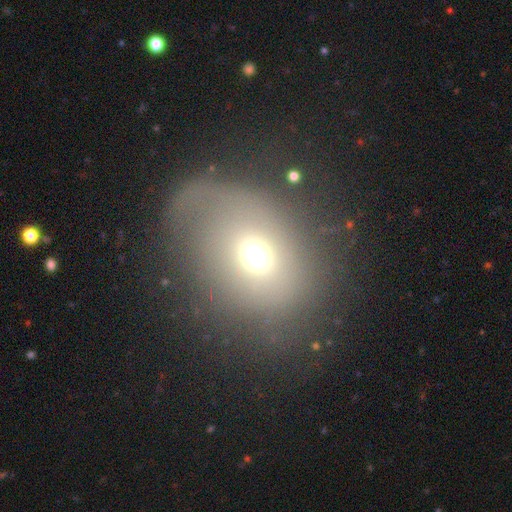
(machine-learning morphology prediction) type=smooth (60%); roundness=round (53%); merging=none (51%).